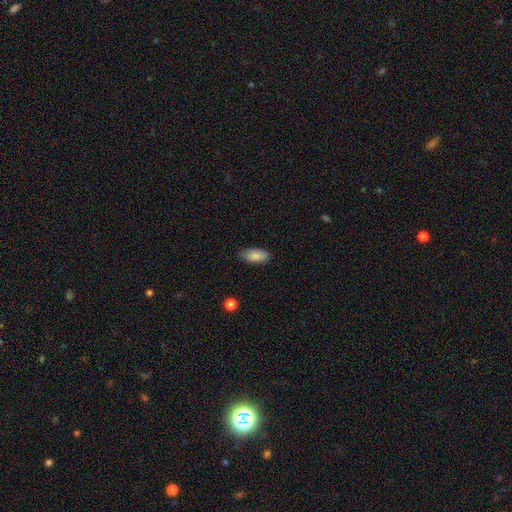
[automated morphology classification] Overall: smooth (86%). How rounded: in between (90%). Merging: none (79%).